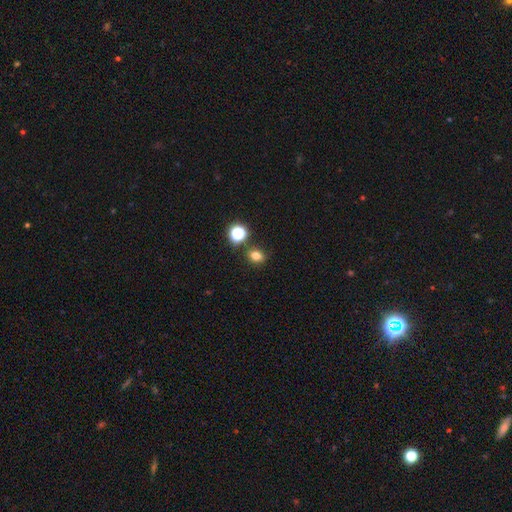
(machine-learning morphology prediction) smooth-or-featured: smooth: 75% | star or artifact: 18% | featured or disk: 7%
  how-rounded: round: 51% | in between: 48% | cigar-shaped: 1%
  merging: none: 81% | minor disturbance: 10% | merger: 7% | major disturbance: 3%